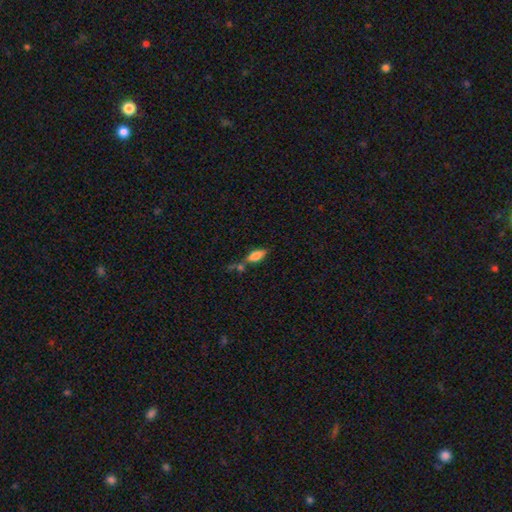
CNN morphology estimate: Smooth or featured: smooth — 74% (featured or disk — 18%)
How rounded: in between — 78% (cigar-shaped — 19%)
Merging: none — 49% (merger — 26%)